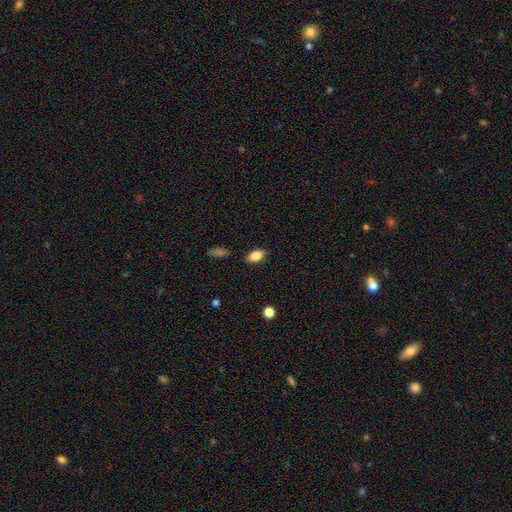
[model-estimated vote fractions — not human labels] Morphology: type=smooth (85%); roundness=in between (89%); merging=none (86%).